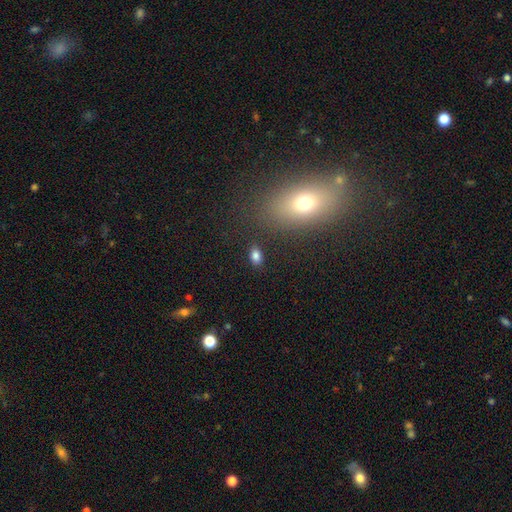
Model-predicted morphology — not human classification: Smooth or featured?
  - smooth: 82% *
  - star or artifact: 11%
  - featured or disk: 7%
How rounded?
  - in between: 85% *
  - round: 13%
  - cigar-shaped: 2%
Merging?
  - none: 85% *
  - minor disturbance: 9%
  - merger: 3%
  - major disturbance: 3%